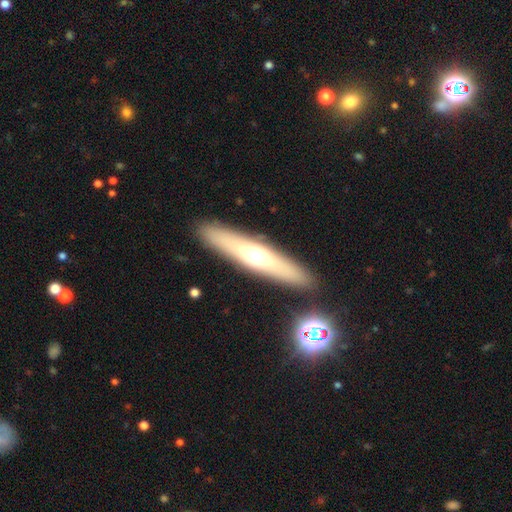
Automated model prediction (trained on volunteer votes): Q: Smooth or featured?
A: featured or disk (46%); tied with: smooth (46%)
Q: Merging?
A: none (88%); runner-up: minor disturbance (7%)